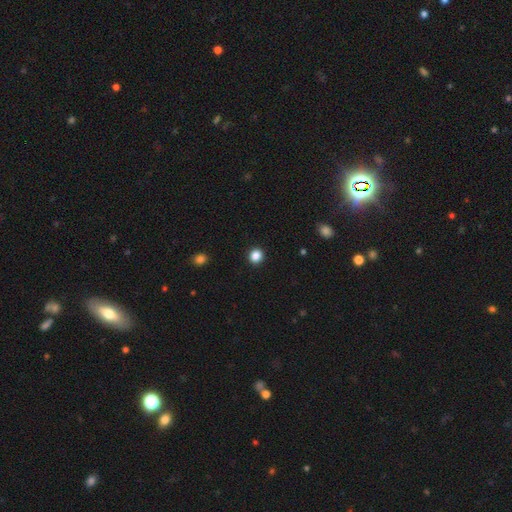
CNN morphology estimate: This is clearly a smooth galaxy (86%). How rounded: clearly round (86%). Merging: clearly none (92%).